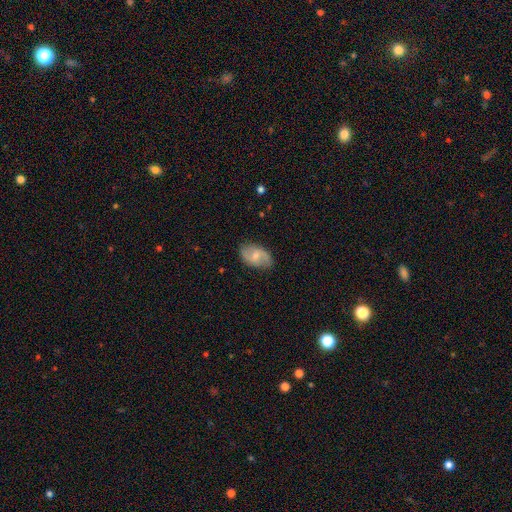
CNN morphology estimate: smooth_or_featured: featured or disk (p=0.62) [alt: smooth p=0.32]
disk_edge_on: no (p=0.96) [alt: yes p=0.04]
bar: weak (p=0.50) [alt: no p=0.40]
has_spiral_arms: yes (p=0.88) [alt: no p=0.12]
spiral_winding: loose (p=0.42) [tied with: medium p=0.42]
spiral_arm_count: 2 (p=0.88) [alt: can't tell p=0.07]
bulge_size: small (p=0.49) [alt: moderate p=0.43]
merging: none (p=0.81) [alt: minor disturbance p=0.14]